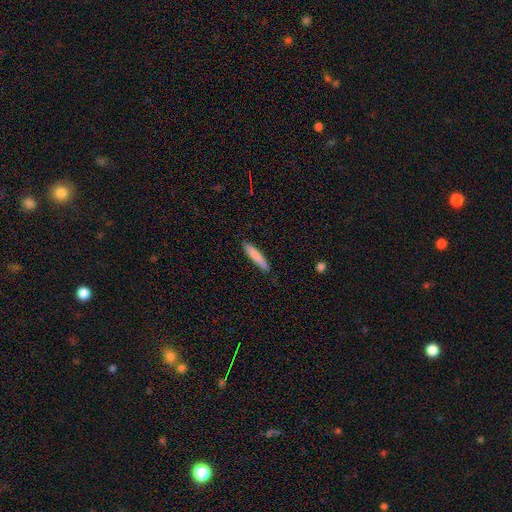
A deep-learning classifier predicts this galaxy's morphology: smooth 80%, featured or disk 15%, star or artifact 6%. Down the decision tree: how rounded — cigar-shaped (89%); merging — none (85%).